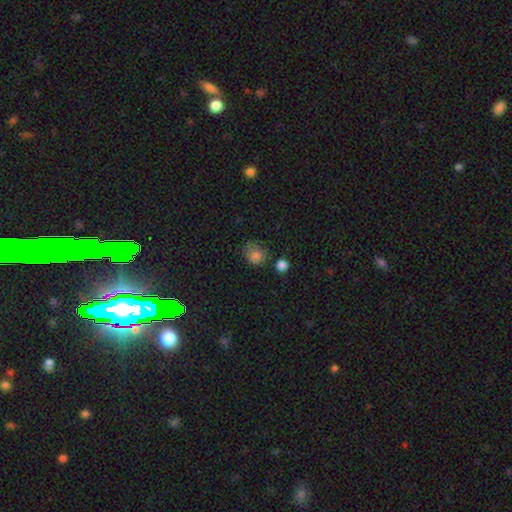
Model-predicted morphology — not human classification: smooth 77%, star or artifact 14%, featured or disk 9%. Down the decision tree: how rounded — round (59%); merging — none (52%).